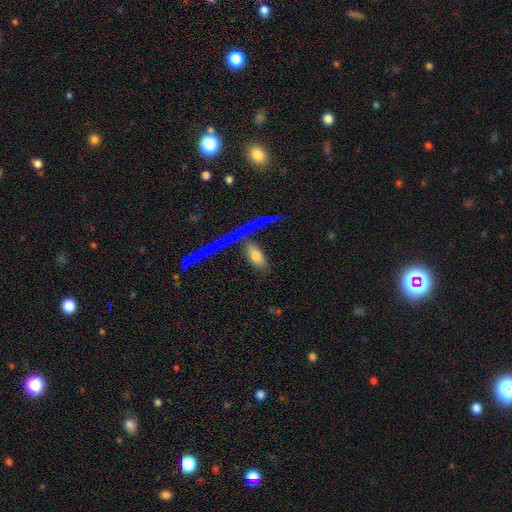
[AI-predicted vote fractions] Overall: smooth (72%). How rounded: in between (88%). Merging: none (59%).